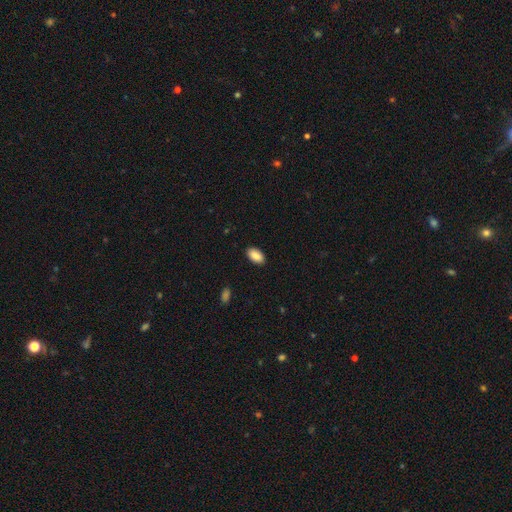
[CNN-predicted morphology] Q: Smooth or featured?
A: smooth (88%); runner-up: star or artifact (7%)
Q: How rounded?
A: in between (94%); runner-up: round (4%)
Q: Merging?
A: none (89%); runner-up: minor disturbance (8%)